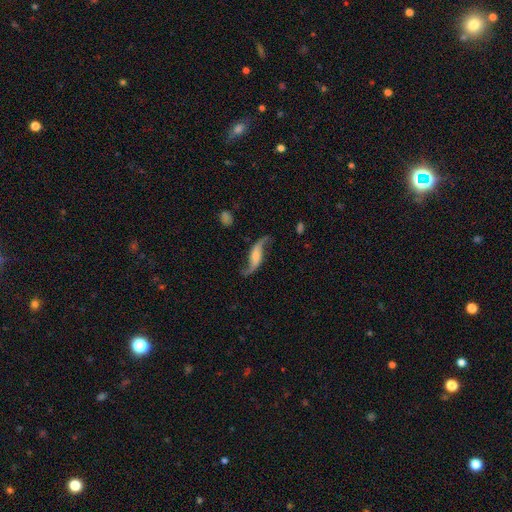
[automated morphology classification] This appears to be a featured or disk galaxy (87%) with no bar (47%), 2 (94%) loose (92%) spiral arms (96%) and no central bulge (28%). Merging: none (76%).